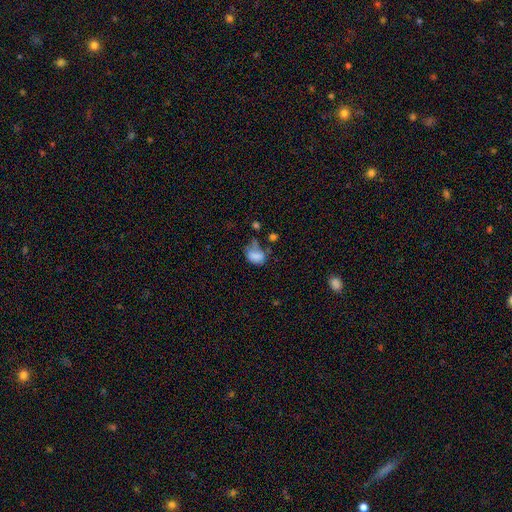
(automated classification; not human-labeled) The model was most divided on "merging": minor disturbance: 31%, major disturbance: 29%, none: 28%, merger: 12%. More confident: how rounded — in between (78%); smooth or featured — smooth (75%).